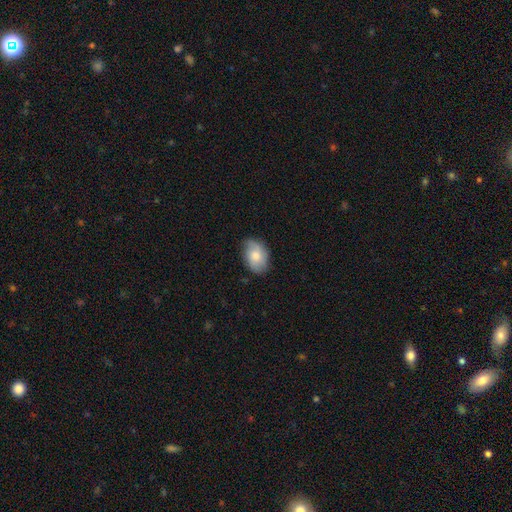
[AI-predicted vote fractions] A smooth galaxy with no disk features (62%) that is in between round and cigar-shaped (80%).

Vote fractions:
- Smooth or featured? smooth: 62% / featured or disk: 31% / star or artifact: 7%
- How rounded? in between: 80% / round: 19% / cigar-shaped: 1%
- Merging? none: 73% / minor disturbance: 21% / major disturbance: 5% / merger: 1%